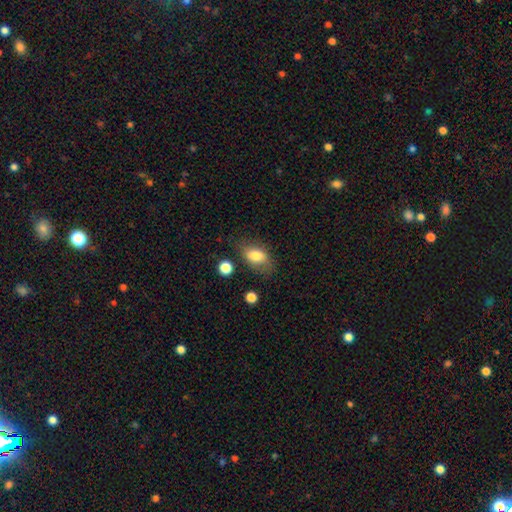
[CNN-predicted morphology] Smooth or featured? smooth (76%)
How rounded? in between (87%)
Merging? none (66%)